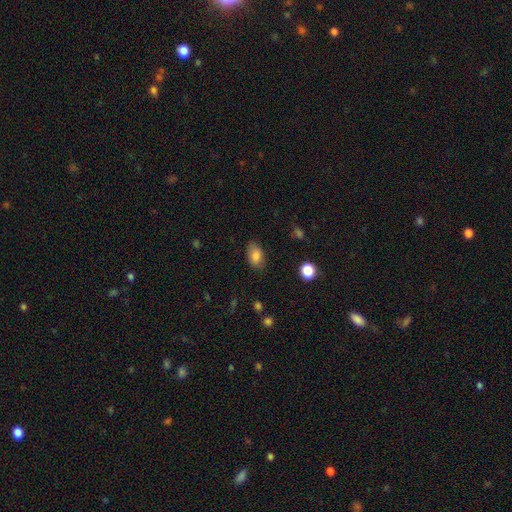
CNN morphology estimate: A smooth galaxy with no disk features (83%) that is in between round and cigar-shaped (90%).

Vote fractions:
- Smooth or featured? smooth: 83% / featured or disk: 8% / star or artifact: 8%
- How rounded? in between: 90% / round: 9% / cigar-shaped: 2%
- Merging? none: 80% / minor disturbance: 15% / major disturbance: 4% / merger: 1%